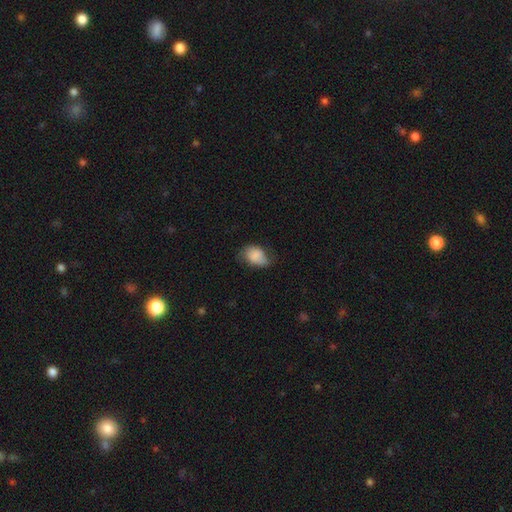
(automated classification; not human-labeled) This is clearly a smooth galaxy (81%). How rounded: likely in between (80%). Merging: possibly none (49%).